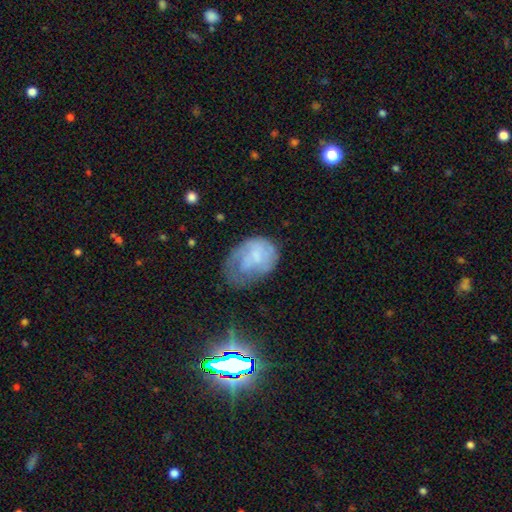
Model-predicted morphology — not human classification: This appears to be a smooth galaxy with no disk features (47%). Merging: none (35%).